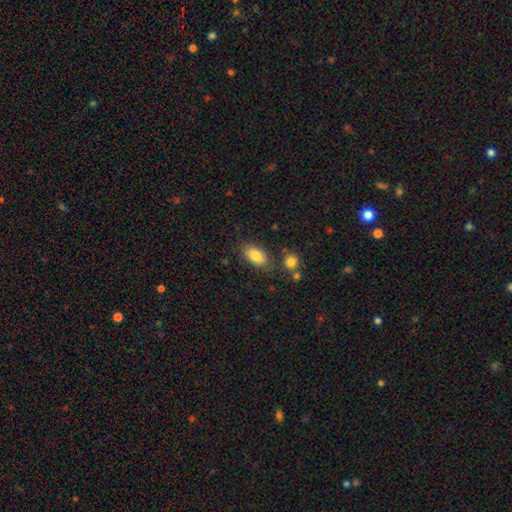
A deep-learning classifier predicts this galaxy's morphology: A smooth galaxy with no disk features (84%) that is in between round and cigar-shaped (91%). Merging: none (76%).